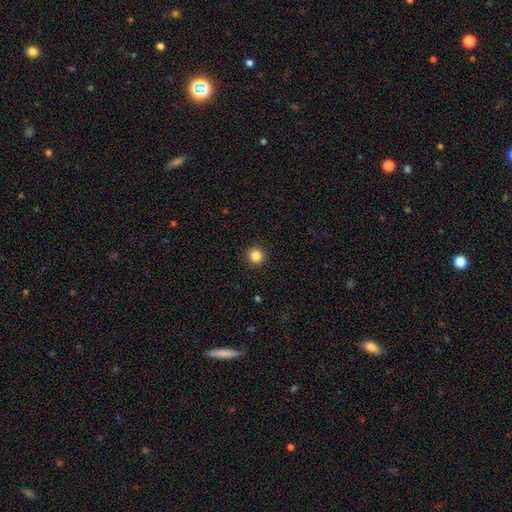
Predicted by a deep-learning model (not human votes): This appears to be a smooth galaxy with no disk features (84%) that is round (96%). Merging: none (93%).